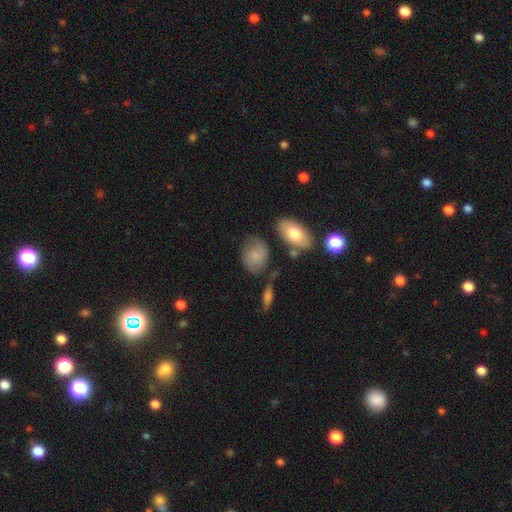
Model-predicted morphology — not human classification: smooth 70%, featured or disk 22%, star or artifact 8%. Down the decision tree: how rounded — in between (66%); merging — none (65%).